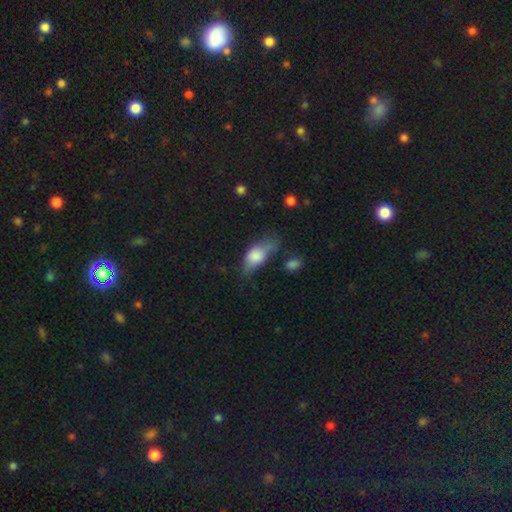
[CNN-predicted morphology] This appears to be a smooth galaxy with no disk features (65%) that is in between round and cigar-shaped (81%). Merging: none (36%, tied with minor disturbance).